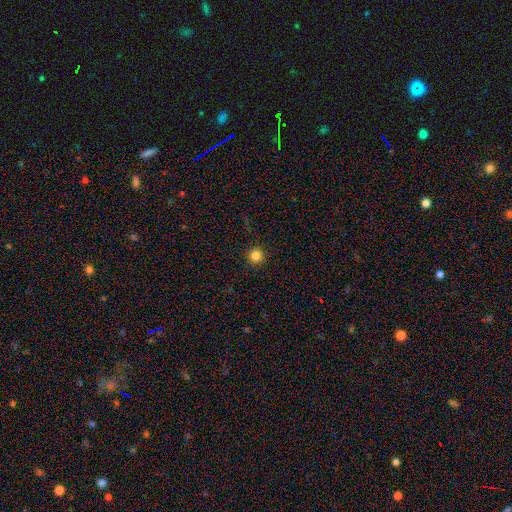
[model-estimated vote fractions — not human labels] Smooth or featured: smooth — 83% (star or artifact — 12%)
How rounded: round — 96% (in between — 3%)
Merging: none — 93% (minor disturbance — 5%)